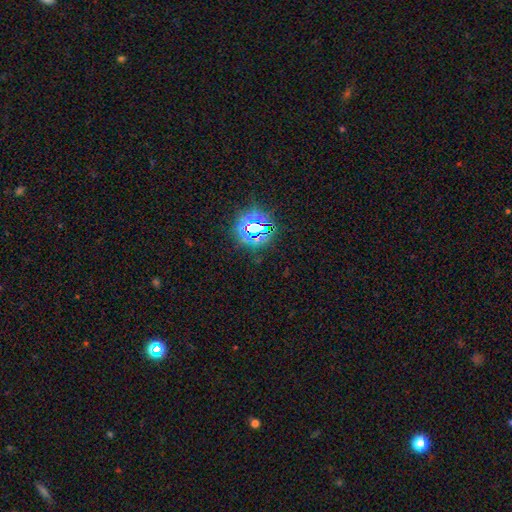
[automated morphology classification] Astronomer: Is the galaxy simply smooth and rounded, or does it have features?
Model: star or artifact — 78%.